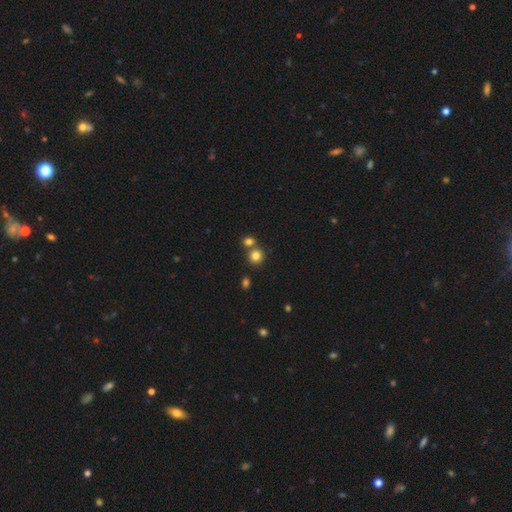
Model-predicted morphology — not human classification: type=smooth (81%); roundness=round (88%); merging=none (65%).